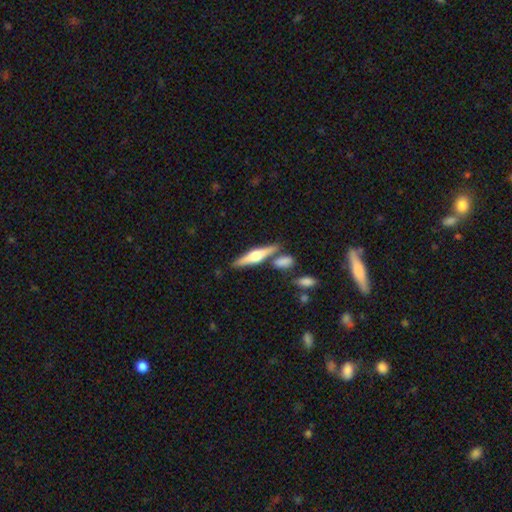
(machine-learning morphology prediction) A featured or disk galaxy (64%) viewed edge-on (96%) with a rounded central bulge (93%). Merging: none (75%).